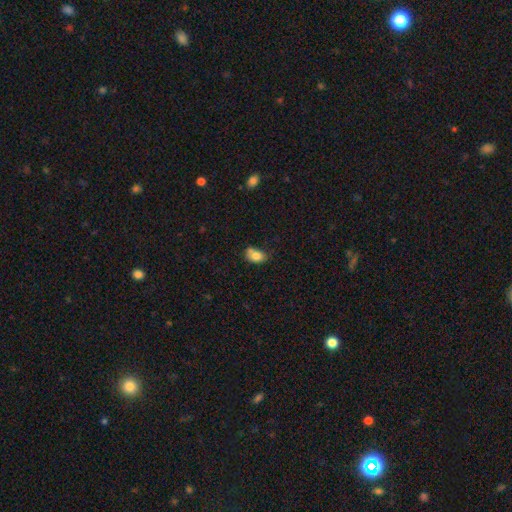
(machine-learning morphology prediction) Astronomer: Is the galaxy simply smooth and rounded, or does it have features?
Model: smooth — 80%.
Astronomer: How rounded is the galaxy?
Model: in between — 79%.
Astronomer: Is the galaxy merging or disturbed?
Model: none — 45% (runner-up: minor disturbance, 29%).